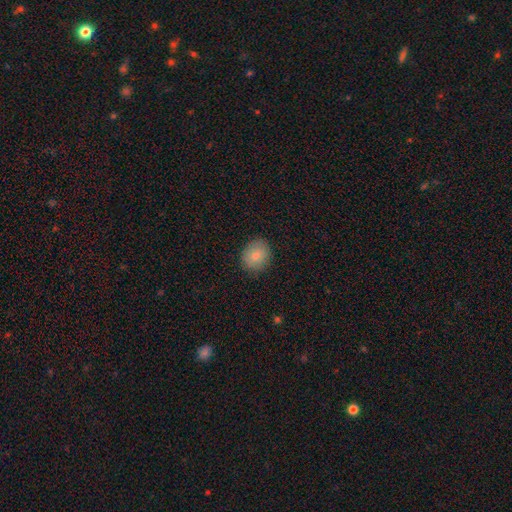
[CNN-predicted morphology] A smooth galaxy with no disk features (80%) that is round (64%). Merging: none (86%).